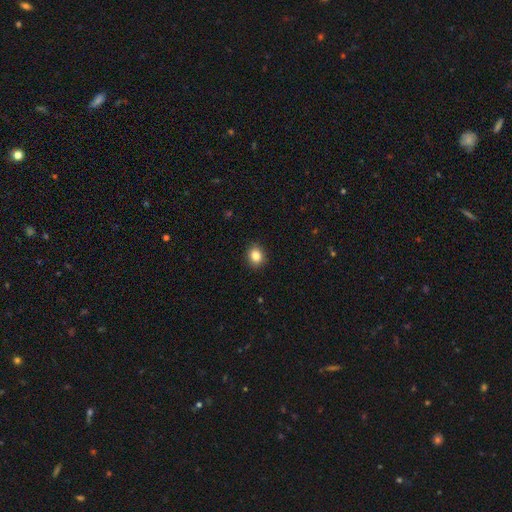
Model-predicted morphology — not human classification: Overall: smooth (85%). How rounded: round (57%; in between 42%). Merging: none (90%).